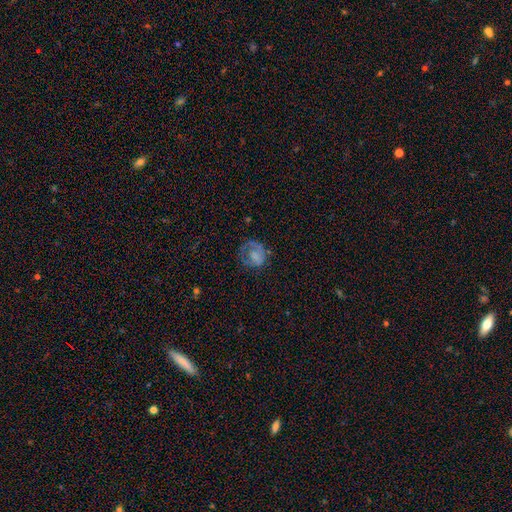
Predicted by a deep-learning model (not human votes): Morphology: type=smooth (53%); roundness=round (71%); merging=none (46%).